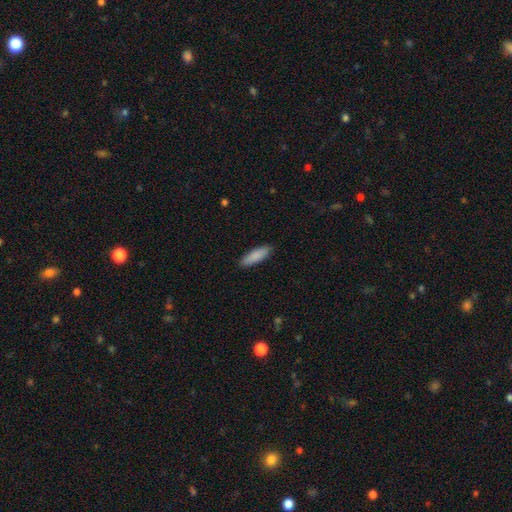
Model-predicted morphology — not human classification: This appears to be a smooth galaxy with no disk features (88%) that is cigar-shaped (52%). Merging: none (88%).